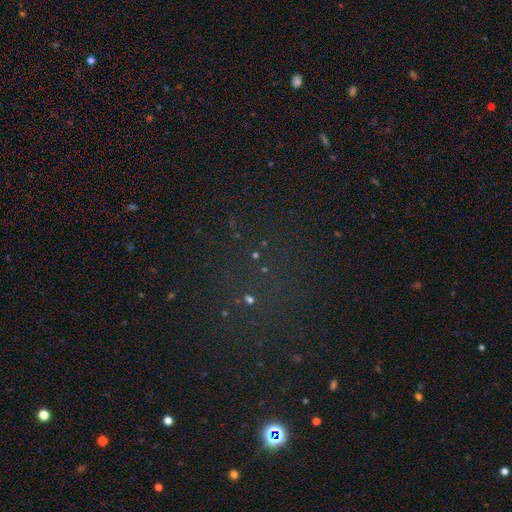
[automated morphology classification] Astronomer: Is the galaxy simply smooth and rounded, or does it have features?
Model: star or artifact — 70%.